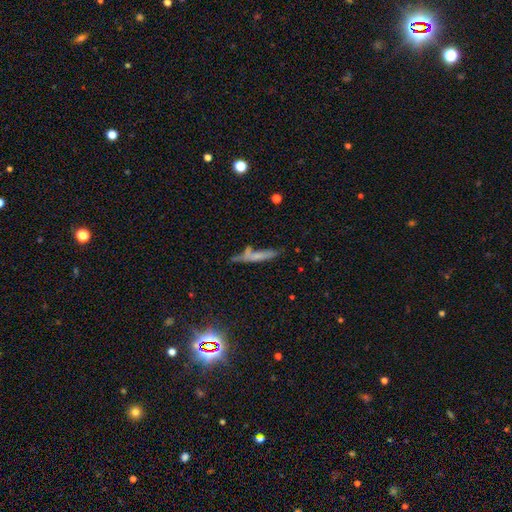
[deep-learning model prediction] Smooth or featured? smooth (54%)
How rounded? cigar-shaped (87%)
Merging? none (60%)